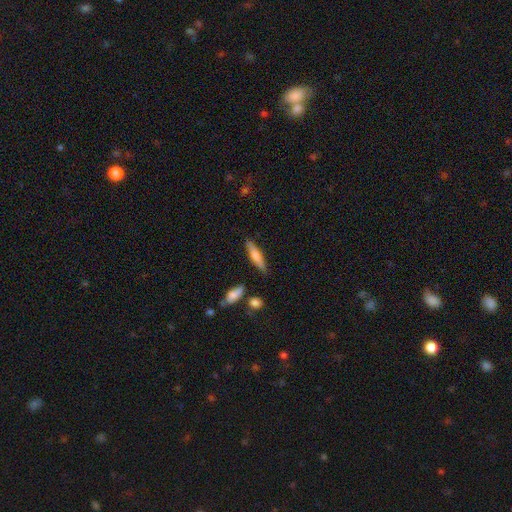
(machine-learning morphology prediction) type=smooth (59%); roundness=cigar-shaped (79%); merging=none (83%).